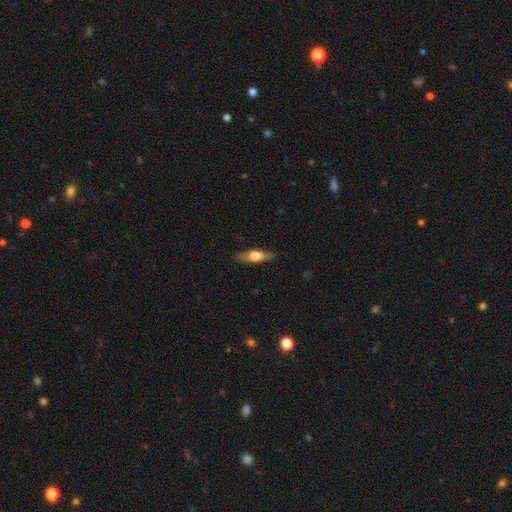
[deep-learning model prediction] A smooth galaxy with no disk features (55%) that is cigar-shaped (55%). Merging: none (88%).